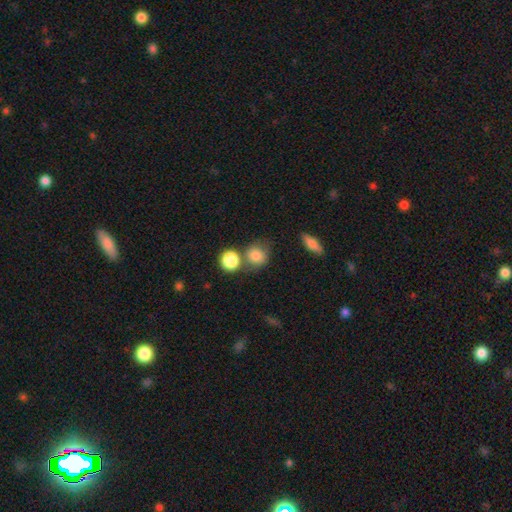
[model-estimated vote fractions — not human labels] Smooth or featured?
  - smooth: 82% *
  - star or artifact: 10%
  - featured or disk: 7%
How rounded?
  - round: 79% *
  - in between: 20%
  - cigar-shaped: 1%
Merging?
  - none: 55% *
  - merger: 26%
  - minor disturbance: 13%
  - major disturbance: 5%